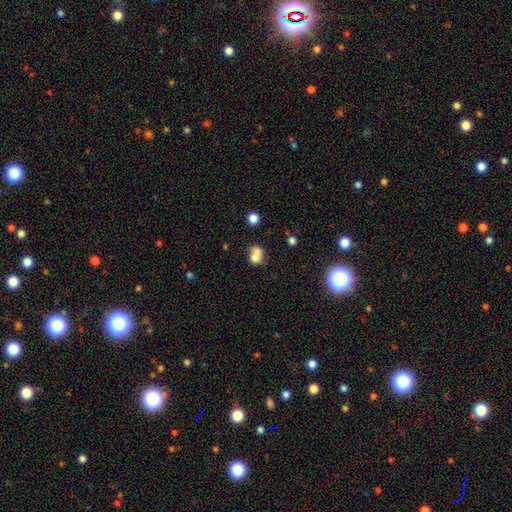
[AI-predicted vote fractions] This is likely a smooth galaxy (72%). How rounded: likely round (63%). Merging: likely merger (61%).